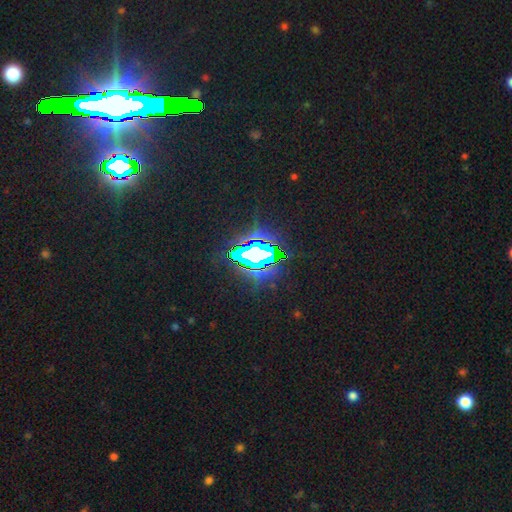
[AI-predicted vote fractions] Morphology: type=star or artifact (76%).